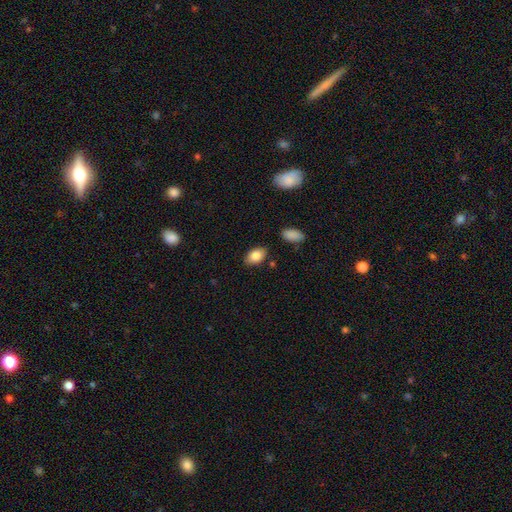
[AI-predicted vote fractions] A smooth galaxy with no disk features (85%) that is in between round and cigar-shaped (89%). Merging: none (83%).